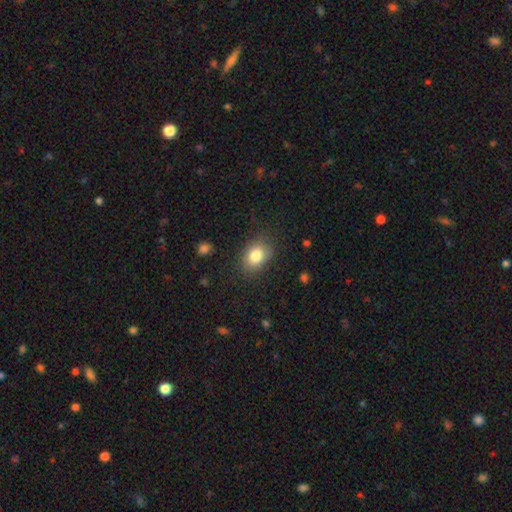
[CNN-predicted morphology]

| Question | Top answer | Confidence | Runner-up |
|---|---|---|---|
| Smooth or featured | smooth | 83% | star or artifact (9%) |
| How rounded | in between | 72% | round (27%) |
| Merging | none | 82% | minor disturbance (13%) |